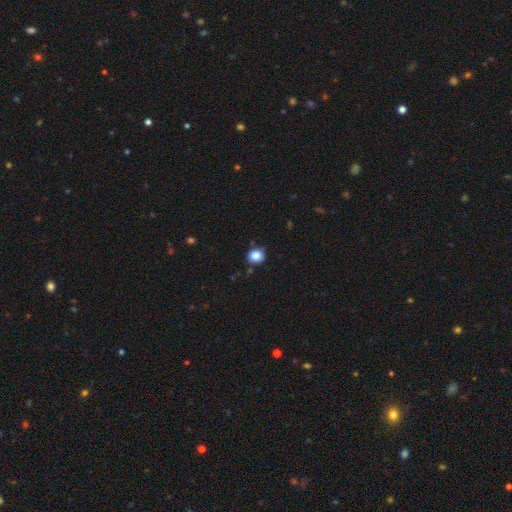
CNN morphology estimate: A smooth galaxy with no disk features (84%) that is round (80%). Merging: none (82%).